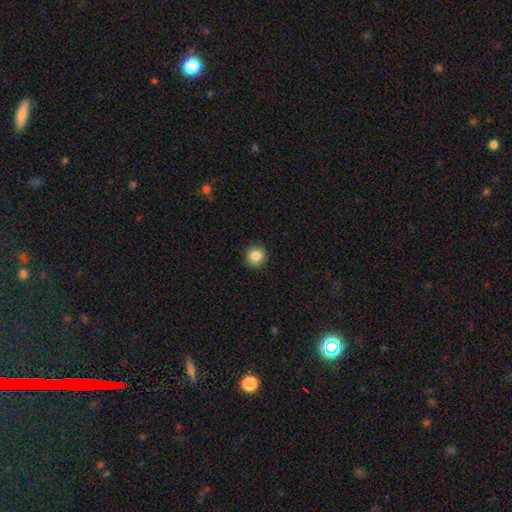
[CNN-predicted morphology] This appears to be a smooth galaxy with no disk features (86%) that is round (89%). Merging: none (89%).